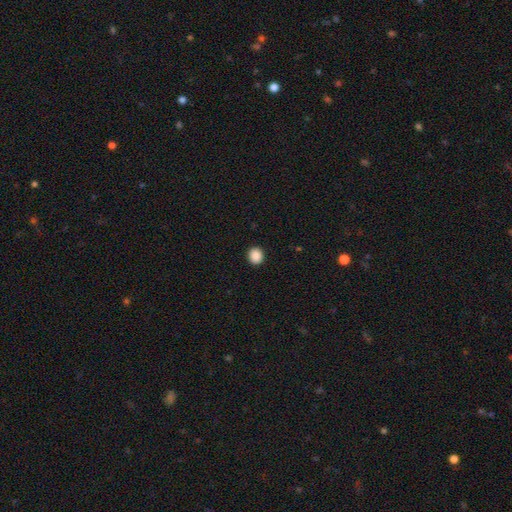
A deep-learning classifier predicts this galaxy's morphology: smooth_or_featured: smooth (p=0.89) [alt: star or artifact p=0.09]
how_rounded: round (p=0.76) [alt: in between p=0.23]
merging: none (p=0.92) [alt: minor disturbance p=0.05]